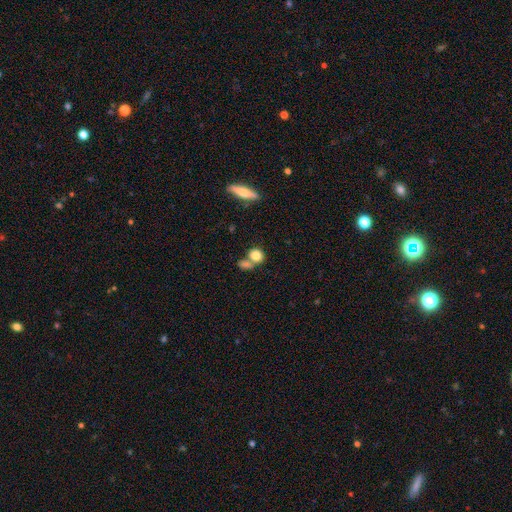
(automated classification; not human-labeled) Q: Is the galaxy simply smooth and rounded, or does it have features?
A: smooth — 82%.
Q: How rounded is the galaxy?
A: round — 69%.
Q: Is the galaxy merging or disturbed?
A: none — 44%.